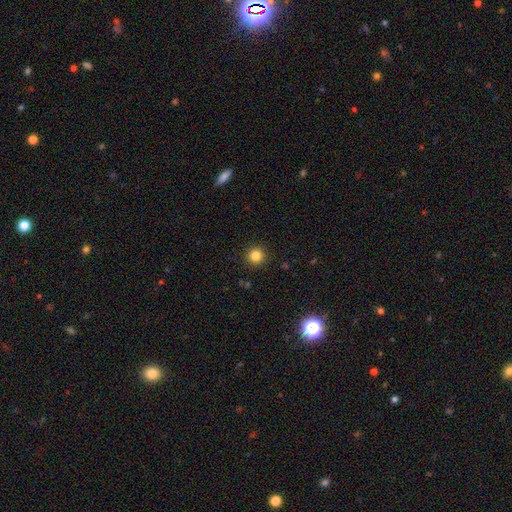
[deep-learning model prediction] The model was most divided on "smooth or featured": smooth: 84%, star or artifact: 12%, featured or disk: 4%. More confident: how rounded — round (95%); merging — none (92%).